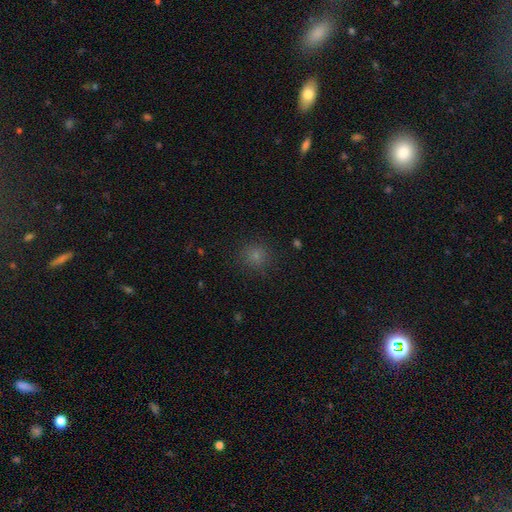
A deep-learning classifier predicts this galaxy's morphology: A smooth galaxy with no disk features (78%) that is round (85%). Merging: none (84%).